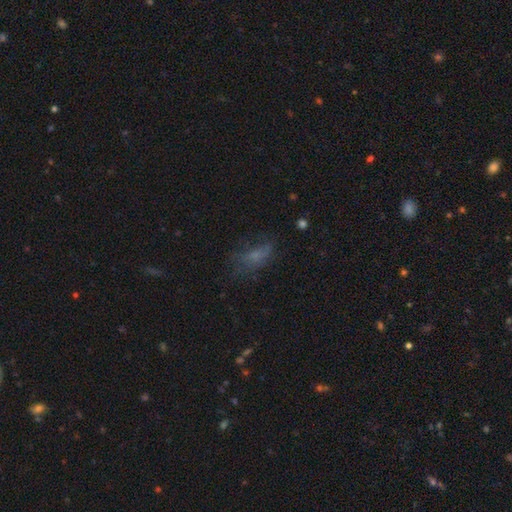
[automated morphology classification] A smooth galaxy with no disk features (57%) that is in between round and cigar-shaped (76%). Merging: none (46%).